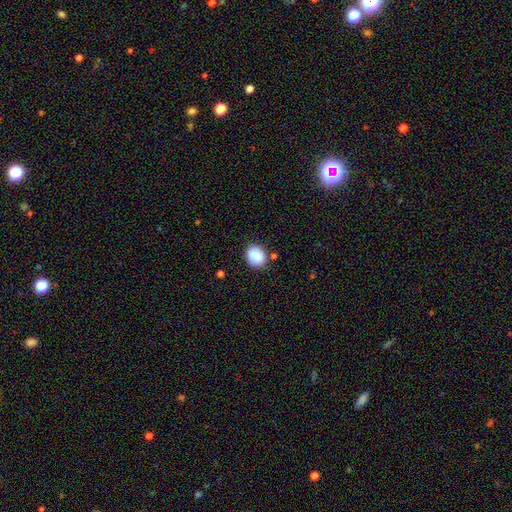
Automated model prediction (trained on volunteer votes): A smooth galaxy with no disk features (88%) that is in between round and cigar-shaped (52%). Merging: none (80%).